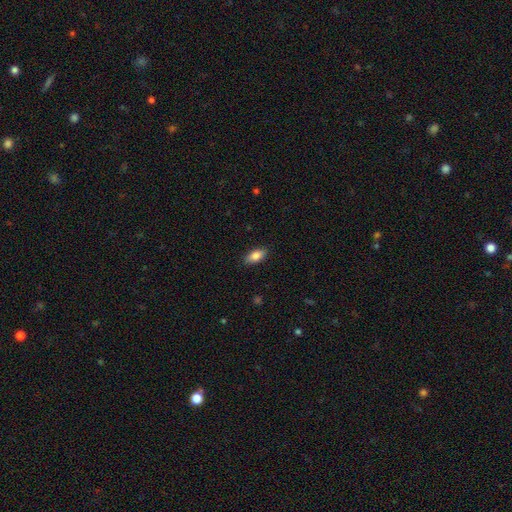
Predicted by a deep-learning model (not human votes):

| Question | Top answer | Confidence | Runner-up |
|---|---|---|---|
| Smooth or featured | smooth | 84% | featured or disk (9%) |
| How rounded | in between | 88% | cigar-shaped (9%) |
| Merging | none | 88% | minor disturbance (9%) |